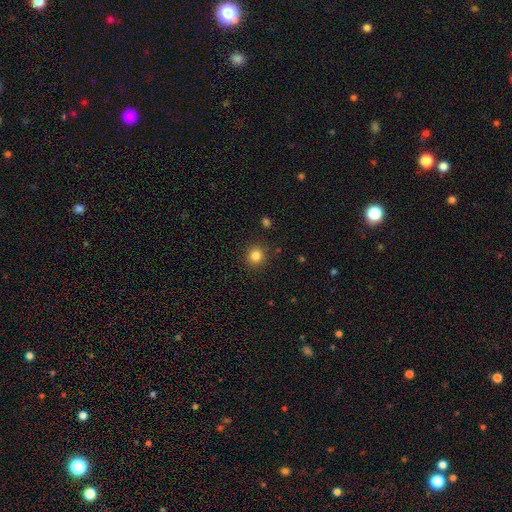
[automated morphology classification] The model was most divided on "smooth or featured": smooth: 84%, star or artifact: 12%, featured or disk: 4%. More confident: how rounded — round (91%); merging — none (89%).